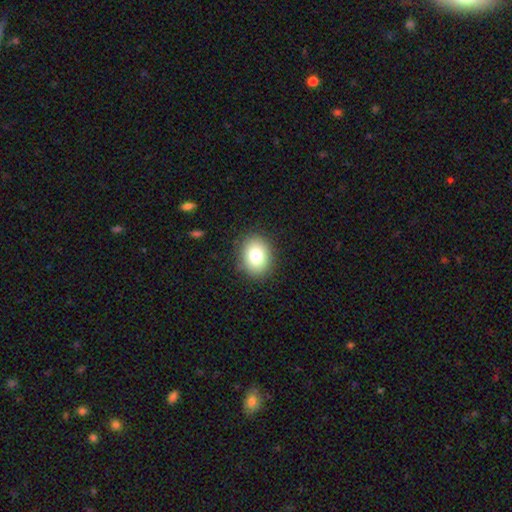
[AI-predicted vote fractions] smooth 83%, featured or disk 9%, star or artifact 8%. Down the decision tree: how rounded — in between (61%); merging — none (87%).